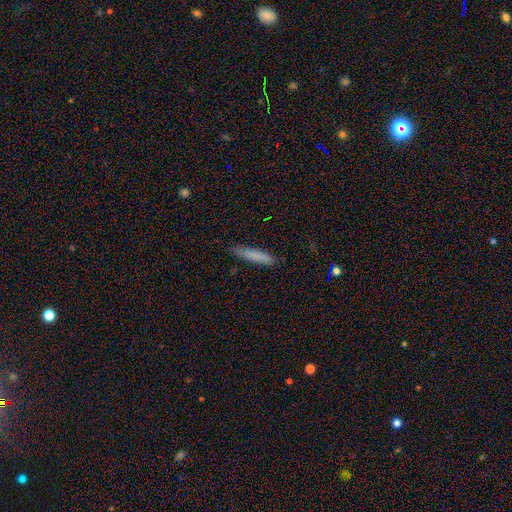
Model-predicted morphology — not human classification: Smooth or featured?
  - smooth: 80% *
  - featured or disk: 14%
  - star or artifact: 7%
How rounded?
  - cigar-shaped: 90% *
  - in between: 9%
  - round: 1%
Merging?
  - none: 83% *
  - minor disturbance: 13%
  - major disturbance: 2%
  - merger: 1%